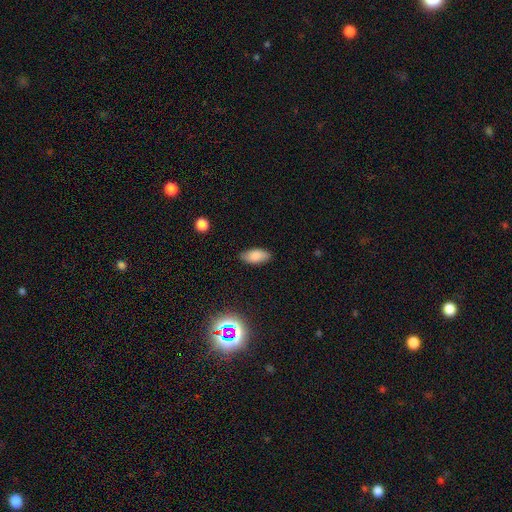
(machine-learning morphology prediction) Overall: smooth (82%). How rounded: in between (92%). Merging: none (84%).